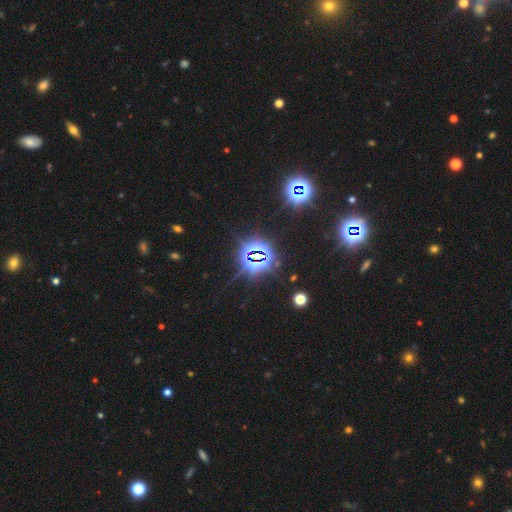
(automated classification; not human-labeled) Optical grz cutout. It shows a star or artifact, not a galaxy (84%).